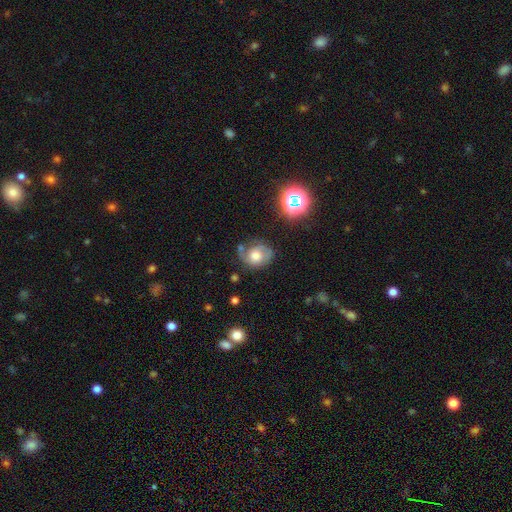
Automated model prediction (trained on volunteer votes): This is possibly a featured or disk galaxy (52%). It is clearly not viewed edge-on (97%). Bar: likely no (74%). Spiral arm pattern: likely yes (80%). Central bulge: possibly moderate (59%). Merging: possibly none (55%).